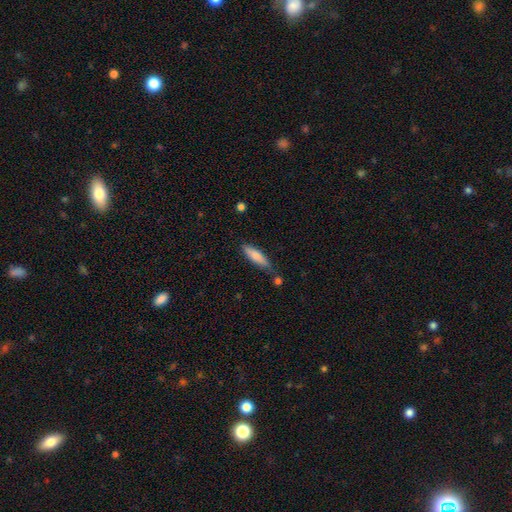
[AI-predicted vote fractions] This appears to be a smooth galaxy with no disk features (76%) that is cigar-shaped (65%). Merging: none (66%).